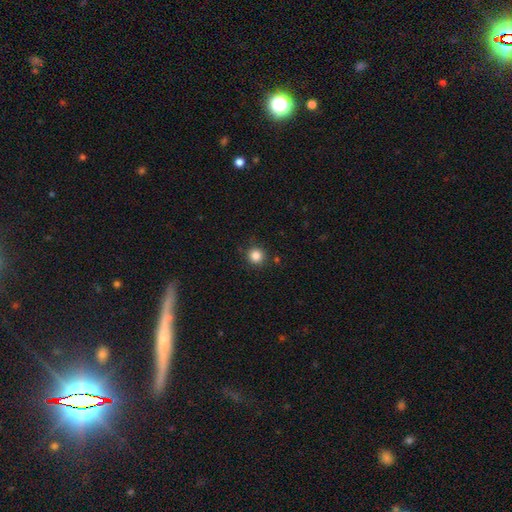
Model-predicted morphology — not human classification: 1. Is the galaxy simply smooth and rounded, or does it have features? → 84% smooth, 12% star or artifact, 4% featured or disk.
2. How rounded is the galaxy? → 94% round, 5% in between, 1% cigar-shaped.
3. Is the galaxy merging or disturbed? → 88% none, 8% minor disturbance, 2% major disturbance, 2% merger.